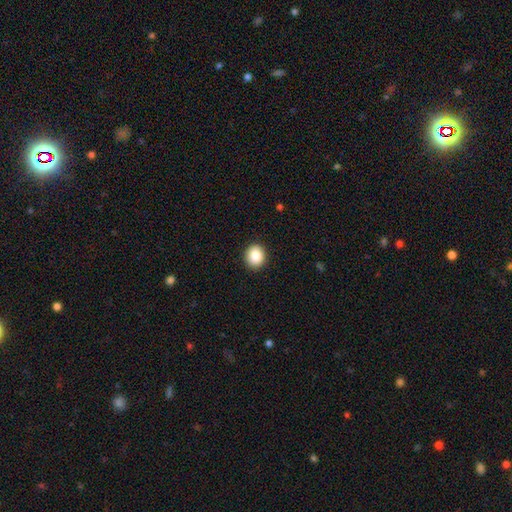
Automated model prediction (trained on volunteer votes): Morphology: type=smooth (87%); roundness=round (74%); merging=none (92%).